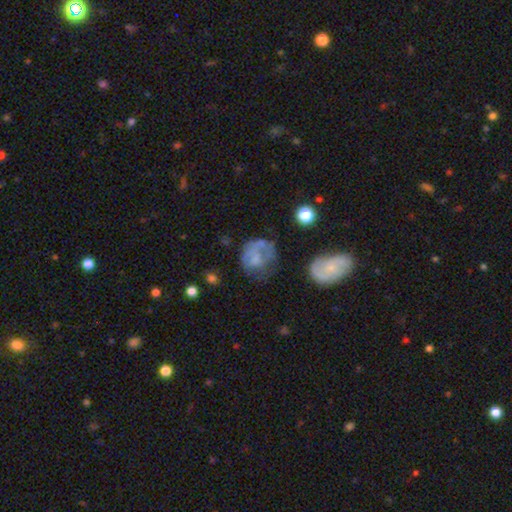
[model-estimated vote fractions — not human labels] Overall: smooth (47%; featured or disk 42%). Merging: none (38%; major disturbance 31%).